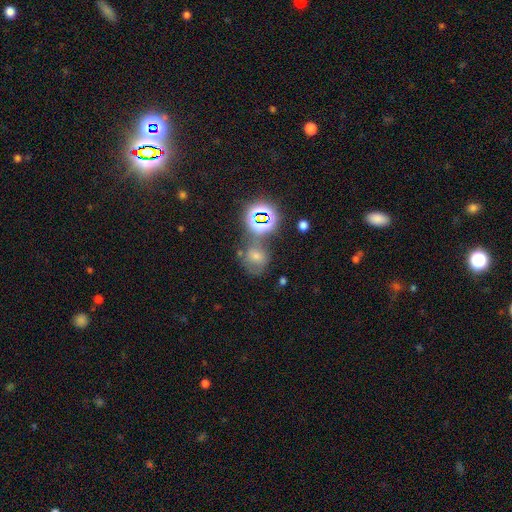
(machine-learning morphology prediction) Overall: star or artifact (49%; smooth 31%).